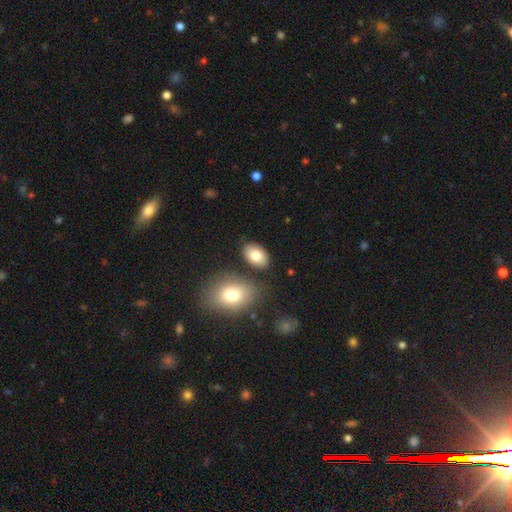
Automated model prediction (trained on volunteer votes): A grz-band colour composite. It shows a smooth galaxy with no disk features (81%) that is in between round and cigar-shaped (89%). Merging: none (80%).